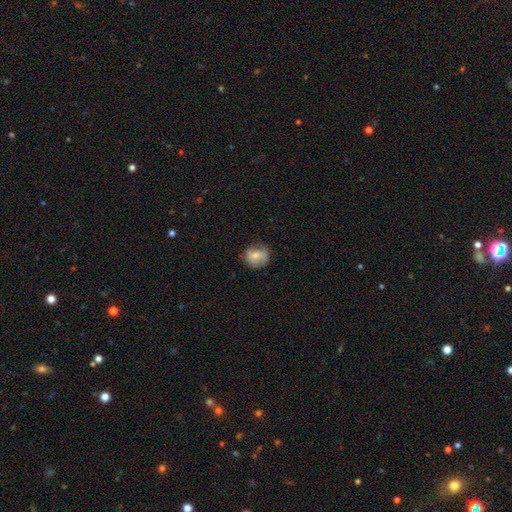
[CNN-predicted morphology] A smooth galaxy with no disk features (71%) that is round (80%). Merging: none (72%).